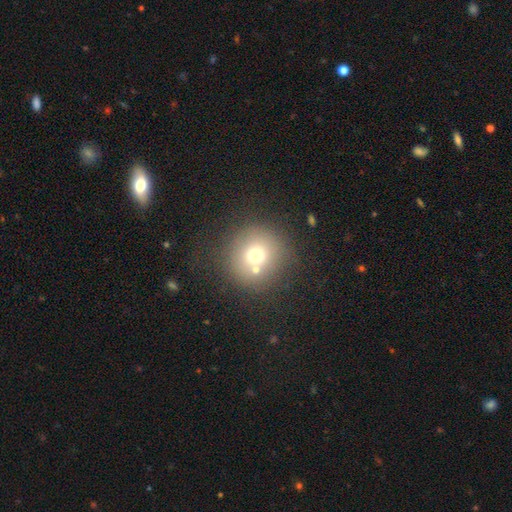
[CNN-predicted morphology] smooth-or-featured: smooth: 68% | star or artifact: 16% | featured or disk: 16%
  how-rounded: round: 93% | in between: 6% | cigar-shaped: 1%
  merging: none: 69% | merger: 16% | minor disturbance: 9% | major disturbance: 5%